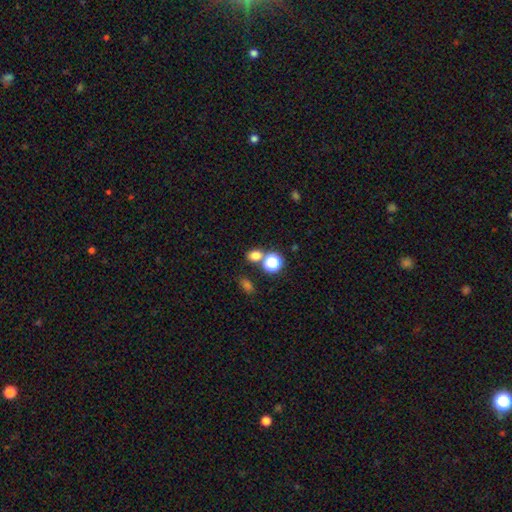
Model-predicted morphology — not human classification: Q: Smooth or featured?
A: smooth (74%); runner-up: star or artifact (20%)
Q: How rounded?
A: round (57%); runner-up: in between (42%)
Q: Merging?
A: none (67%); runner-up: merger (21%)